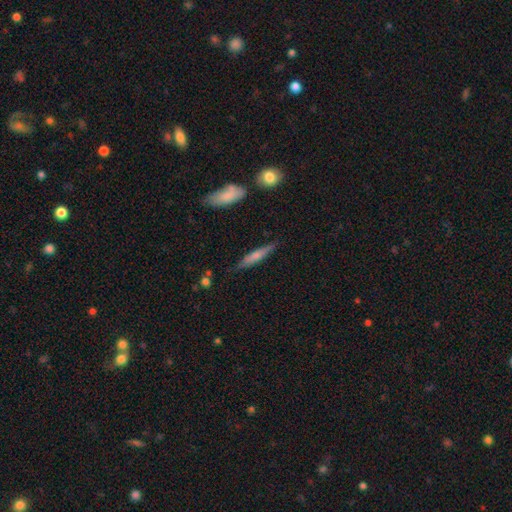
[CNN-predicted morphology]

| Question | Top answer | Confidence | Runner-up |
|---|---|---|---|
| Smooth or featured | smooth | 61% | featured or disk (33%) |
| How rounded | cigar-shaped | 87% | in between (11%) |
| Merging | none | 82% | minor disturbance (13%) |